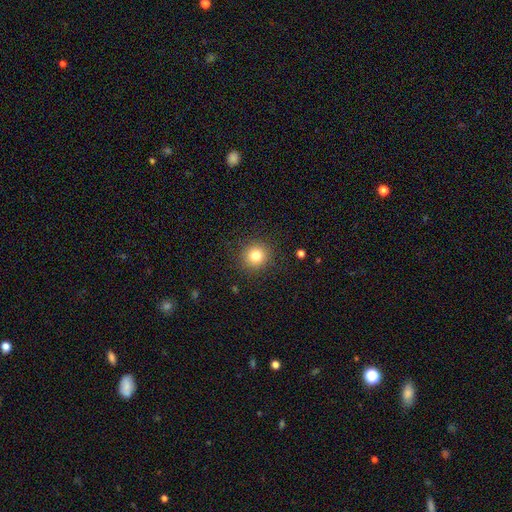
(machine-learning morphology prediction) A smooth galaxy with no disk features (81%) that is round (91%).

Vote fractions:
- Smooth or featured? smooth: 81% / star or artifact: 12% / featured or disk: 7%
- How rounded? round: 91% / in between: 8% / cigar-shaped: 1%
- Merging? none: 90% / minor disturbance: 7% / major disturbance: 2% / merger: 1%